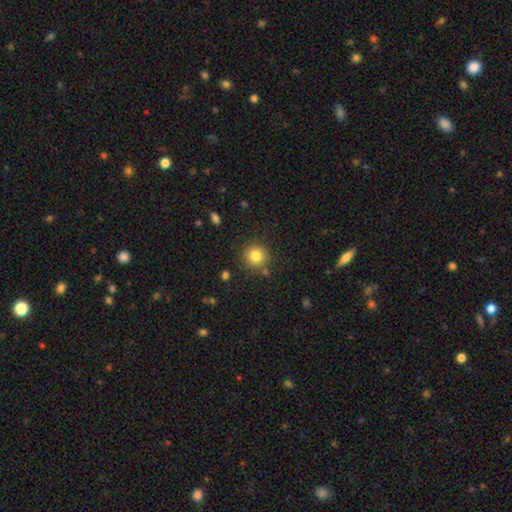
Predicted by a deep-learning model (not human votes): A smooth galaxy with no disk features (82%) that is round (93%).

Vote fractions:
- Smooth or featured? smooth: 82% / star or artifact: 11% / featured or disk: 7%
- How rounded? round: 93% / in between: 6% / cigar-shaped: 1%
- Merging? none: 84% / minor disturbance: 9% / merger: 4% / major disturbance: 3%